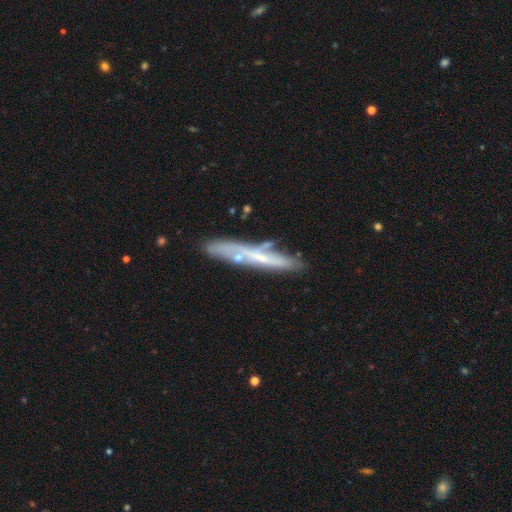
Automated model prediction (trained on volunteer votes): Morphology: type=featured or disk (59%); edge-on=yes (71%); merging=none (70%).